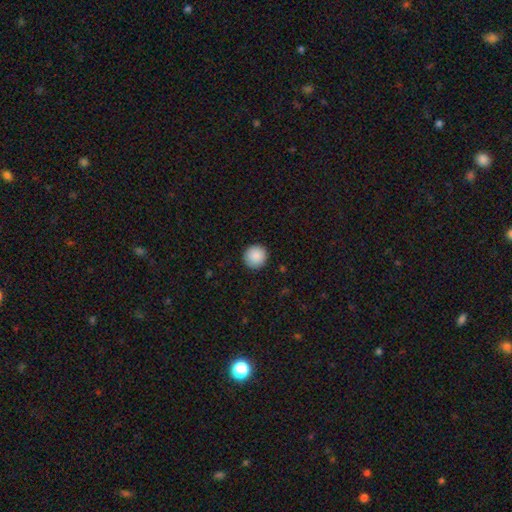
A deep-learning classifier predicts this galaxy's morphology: Smooth or featured? smooth (90%)
How rounded? round (95%)
Merging? none (92%)